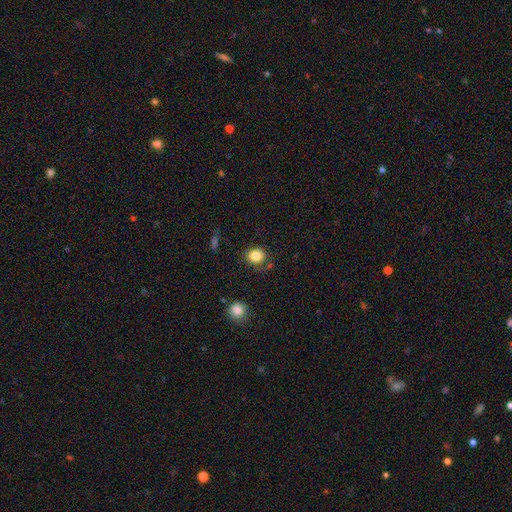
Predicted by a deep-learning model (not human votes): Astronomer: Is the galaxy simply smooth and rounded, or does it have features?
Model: smooth — 84%.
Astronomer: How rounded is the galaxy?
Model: round — 71%.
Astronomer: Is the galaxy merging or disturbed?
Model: none — 78%.